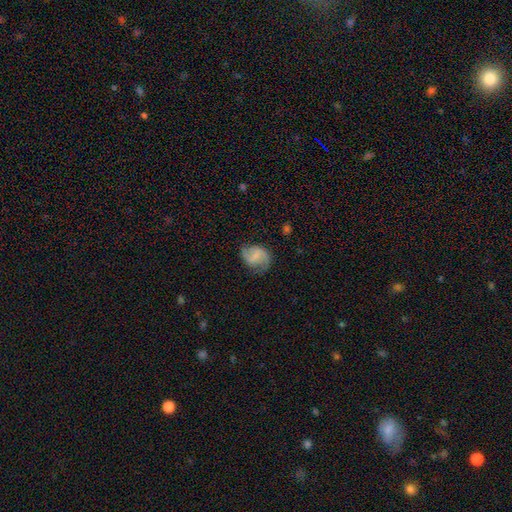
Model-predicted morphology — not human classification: This appears to be a featured or disk galaxy (62%) with a weak bar (49%), 2 (86%) medium (45%) spiral arms (92%) and no central bulge (50%). Merging: none (69%).